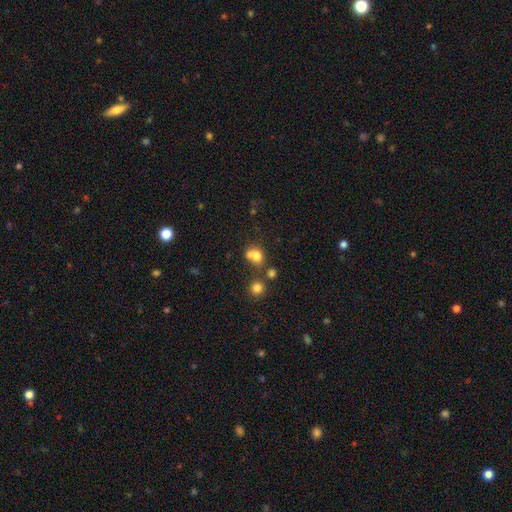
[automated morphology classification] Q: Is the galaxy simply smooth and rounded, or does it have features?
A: smooth — 73%.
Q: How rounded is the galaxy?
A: round — 64%.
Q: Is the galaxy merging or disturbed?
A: merger — 44%.